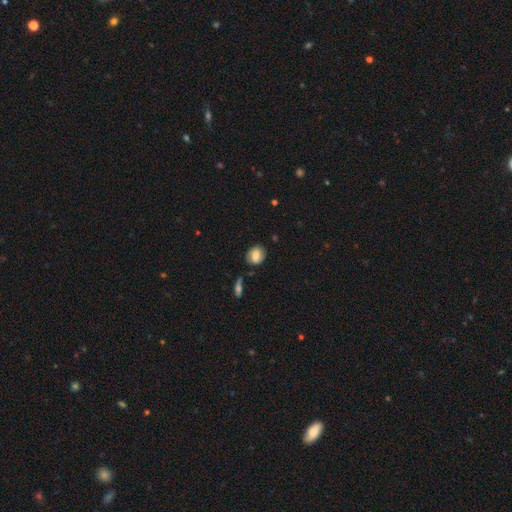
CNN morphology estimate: This appears to be a smooth galaxy with no disk features (66%) that is in between round and cigar-shaped (52%). Merging: none (71%).